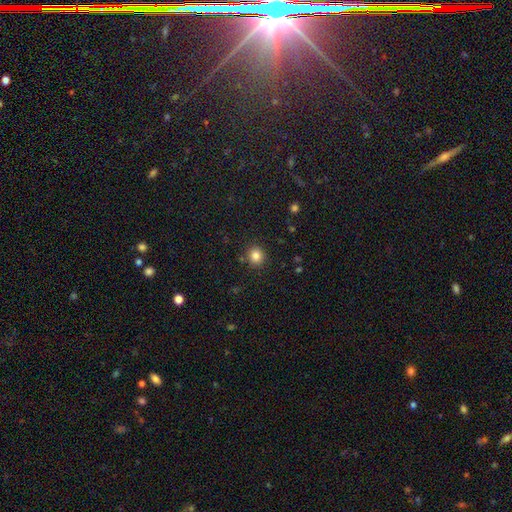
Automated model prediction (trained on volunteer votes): smooth 83%, star or artifact 12%, featured or disk 5%. Down the decision tree: how rounded — round (85%); merging — none (87%).